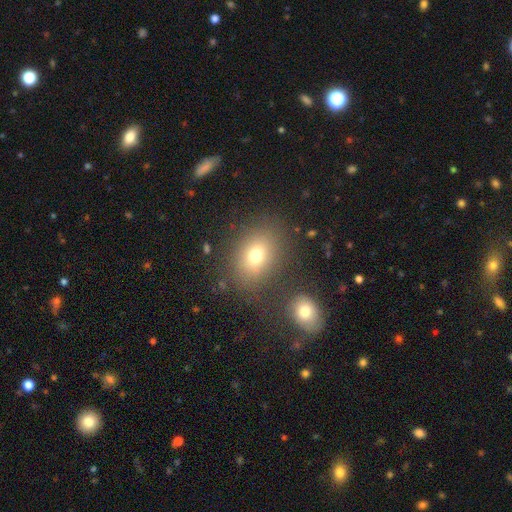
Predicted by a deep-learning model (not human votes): Morphology: type=smooth (73%); roundness=in between (60%); merging=none (76%).